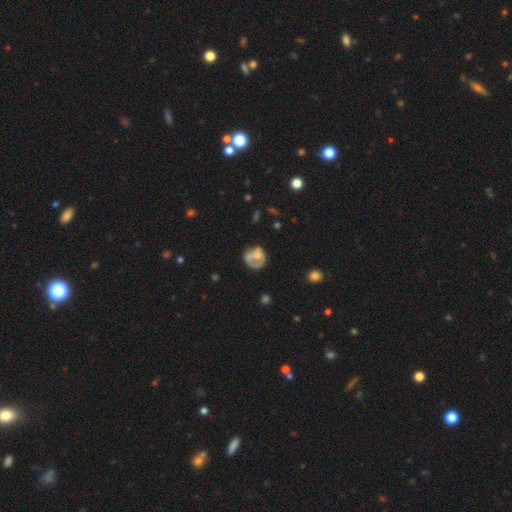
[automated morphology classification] type=smooth (49%); merging=none (39%).